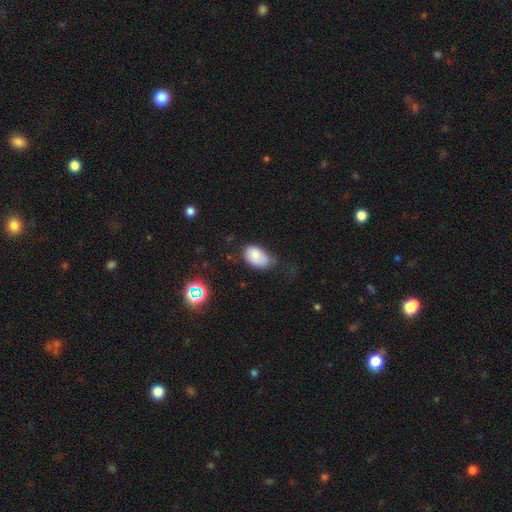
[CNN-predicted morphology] Overall: smooth (78%). How rounded: in between (89%). Merging: minor disturbance (40%; none 37%).